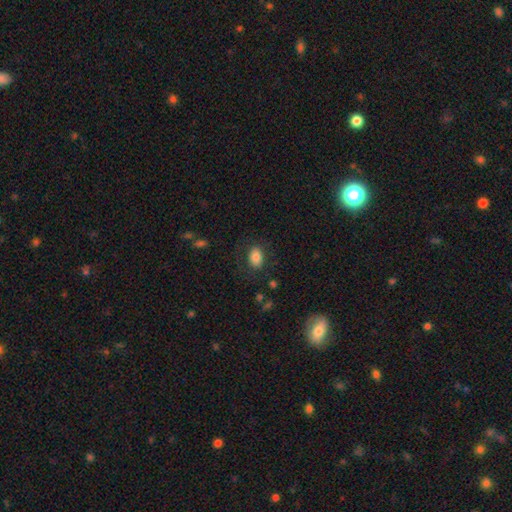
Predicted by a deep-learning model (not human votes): Smooth or featured? Predicted: smooth (p=0.81). How rounded? Predicted: in between (p=0.79). Merging? Predicted: none (p=0.78).